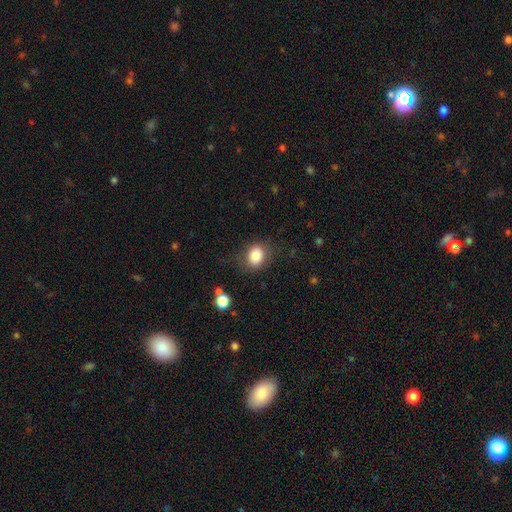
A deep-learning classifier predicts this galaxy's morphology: smooth 83%, star or artifact 10%, featured or disk 7%. Down the decision tree: how rounded — round (50%); merging — none (75%).